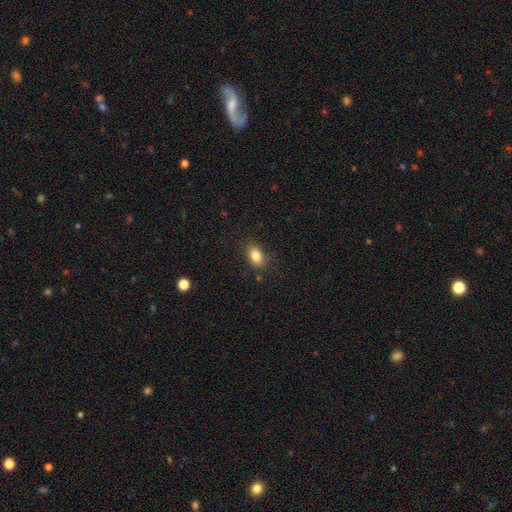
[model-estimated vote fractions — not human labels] Smooth or featured: smooth — 84% (star or artifact — 9%)
How rounded: in between — 86% (round — 12%)
Merging: none — 84% (minor disturbance — 11%)